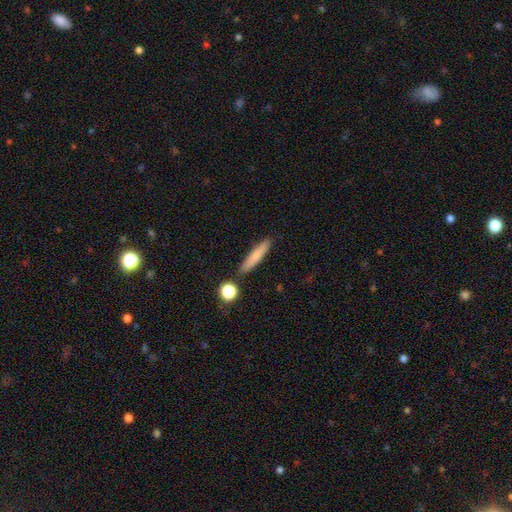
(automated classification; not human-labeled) smooth_or_featured: smooth (p=0.72) [alt: featured or disk p=0.20]
how_rounded: cigar-shaped (p=0.89) [alt: in between p=0.09]
merging: none (p=0.85) [alt: minor disturbance p=0.09]